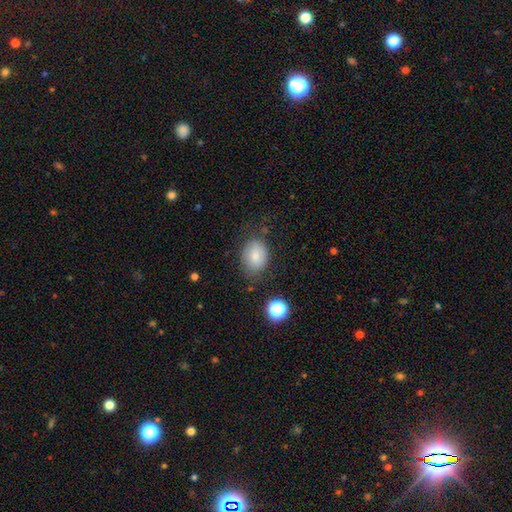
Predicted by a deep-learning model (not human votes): A smooth galaxy with no disk features (82%) that is in between round and cigar-shaped (66%). Merging: none (68%).